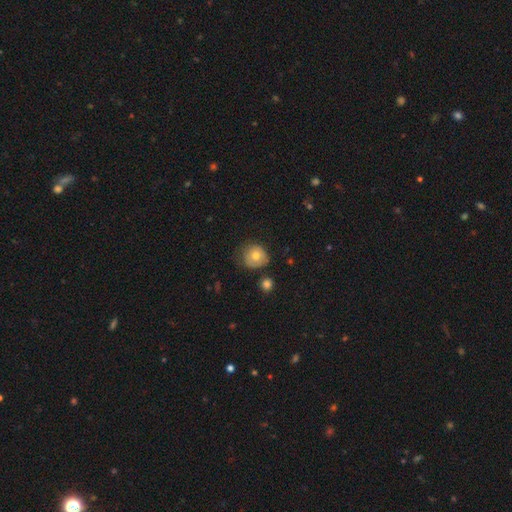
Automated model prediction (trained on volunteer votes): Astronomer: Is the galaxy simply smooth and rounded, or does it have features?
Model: smooth — 72%.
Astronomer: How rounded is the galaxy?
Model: round — 83%.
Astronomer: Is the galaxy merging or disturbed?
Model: none — 62%.